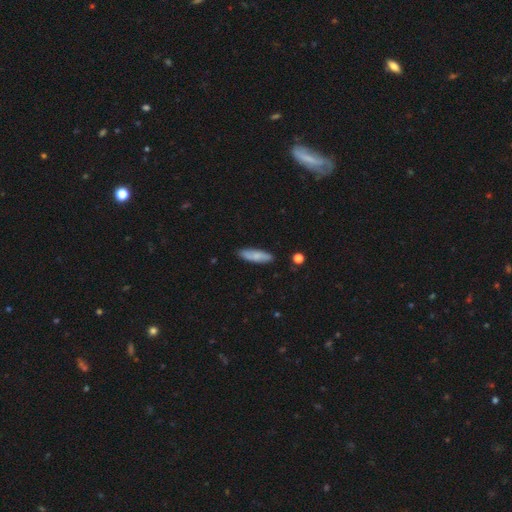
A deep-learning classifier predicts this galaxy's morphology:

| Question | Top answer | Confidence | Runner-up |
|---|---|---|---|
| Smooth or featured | smooth | 75% | featured or disk (19%) |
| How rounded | cigar-shaped | 58% | in between (40%) |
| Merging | none | 85% | minor disturbance (11%) |